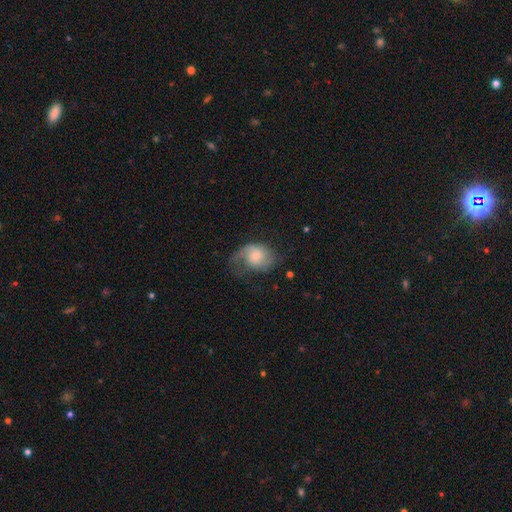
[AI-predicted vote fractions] This is possibly a featured or disk galaxy (53%). It is clearly not viewed edge-on (97%). Bar: likely no (73%). Spiral arm pattern: clearly yes (83%). Central bulge: possibly small (50%). Merging: marginally none (40%).